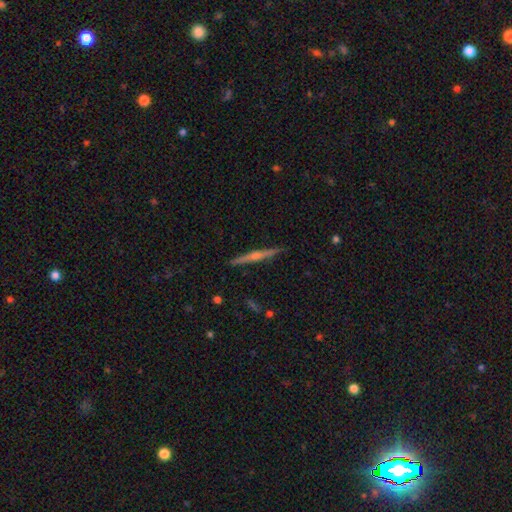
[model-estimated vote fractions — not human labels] featured or disk 74%, smooth 19%, star or artifact 6%. Down the decision tree: edge-on disk — yes (98%); edge-on bulge — rounded (80%); merging — none (92%).